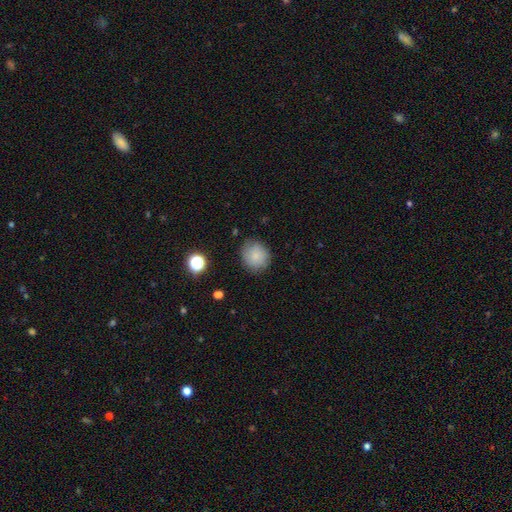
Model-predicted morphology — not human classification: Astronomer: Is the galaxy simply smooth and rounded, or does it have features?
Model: smooth — 81%.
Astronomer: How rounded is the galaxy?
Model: round — 84%.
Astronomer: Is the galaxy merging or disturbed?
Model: none — 79%.